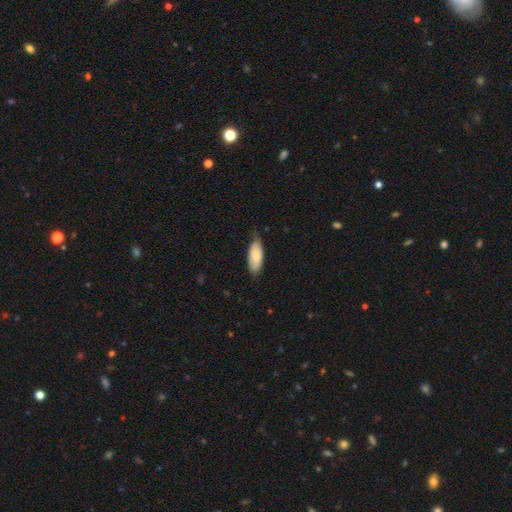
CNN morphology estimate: smooth 80%, featured or disk 15%, star or artifact 5%. Down the decision tree: how rounded — in between (86%); merging — none (69%).